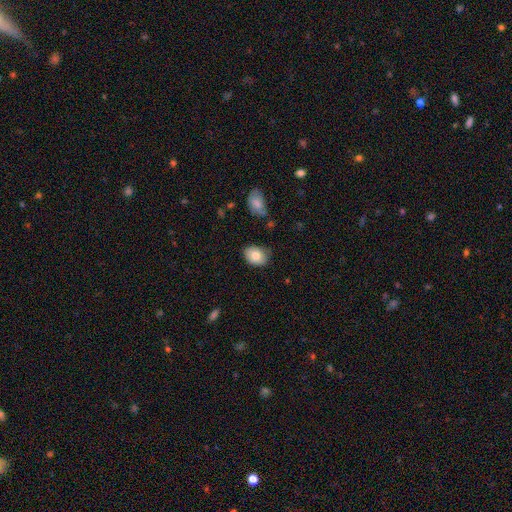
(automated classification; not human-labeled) Morphology: type=smooth (78%); roundness=in between (66%); merging=none (77%).